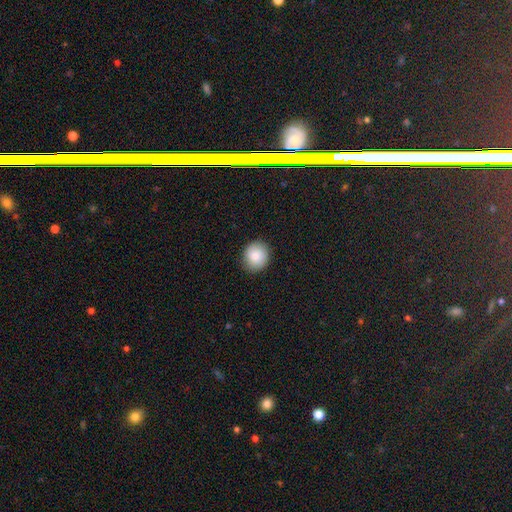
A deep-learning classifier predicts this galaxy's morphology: This is clearly a smooth galaxy (86%). How rounded: clearly round (83%). Merging: clearly none (89%).